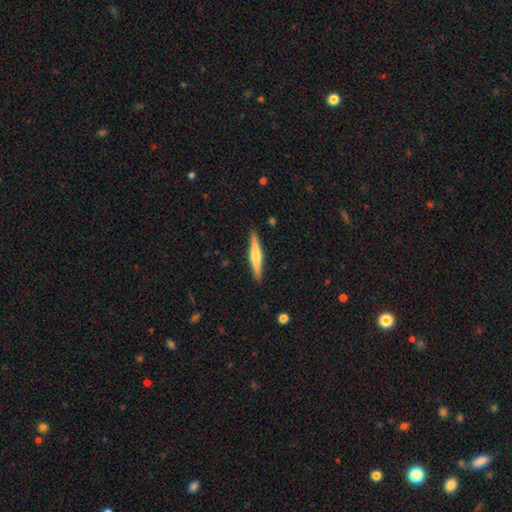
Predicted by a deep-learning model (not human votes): Smooth or featured? featured or disk (56%)
Edge-on disk? yes (97%)
Edge-on bulge? rounded (80%)
Merging? none (90%)